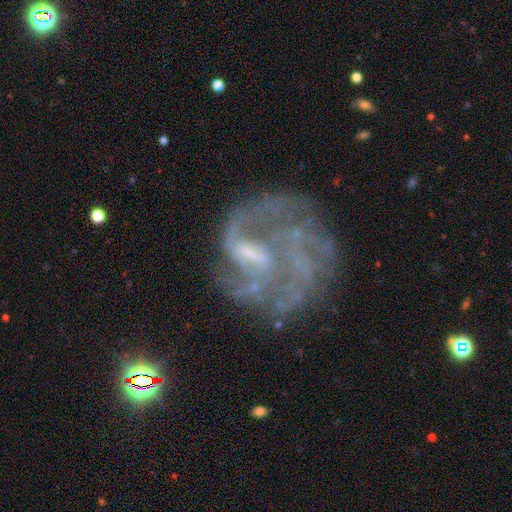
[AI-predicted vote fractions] This is clearly a featured or disk galaxy (80%). It is clearly not viewed edge-on (98%). Bar: possibly weak (48%). Spiral arm pattern: clearly yes (80%). Spiral arm count: marginally can't tell (35%). Spiral winding: marginally medium (41%). Central bulge: marginally none (40%). Merging: possibly none (48%).